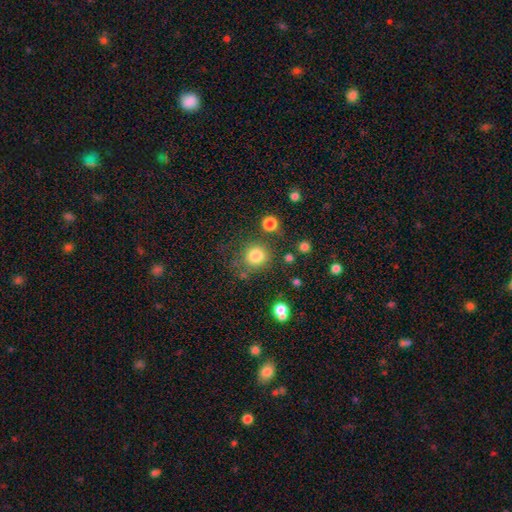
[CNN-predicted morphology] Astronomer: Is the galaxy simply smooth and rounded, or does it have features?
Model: smooth — 82%.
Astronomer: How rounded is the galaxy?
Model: round — 87%.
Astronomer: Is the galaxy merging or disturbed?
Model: none — 73%.